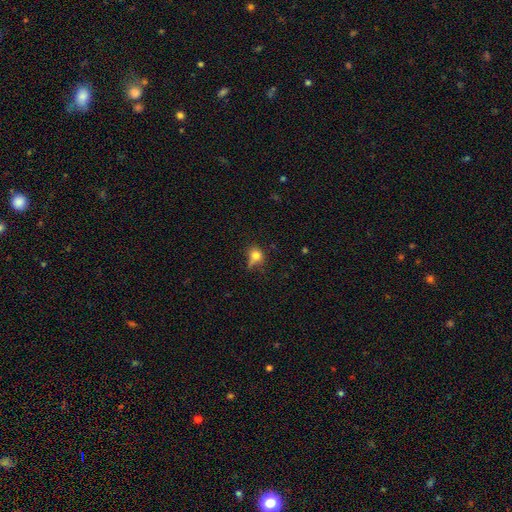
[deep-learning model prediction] smooth-or-featured: smooth: 77% | star or artifact: 12% | featured or disk: 11%
  how-rounded: round: 71% | in between: 28% | cigar-shaped: 2%
  merging: none: 46% | minor disturbance: 30% | major disturbance: 16% | merger: 8%